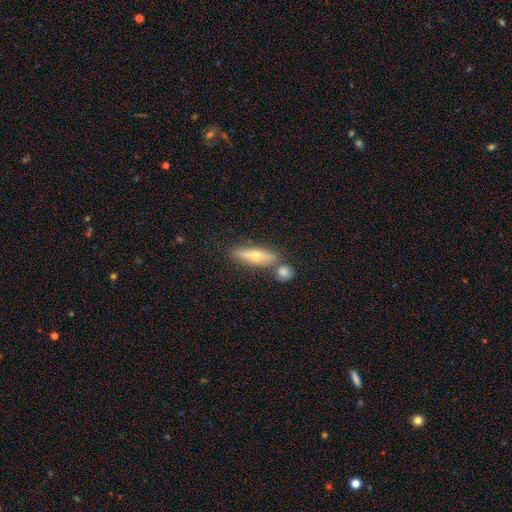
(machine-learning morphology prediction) Smooth or featured? featured or disk (47%)
Merging? none (67%)